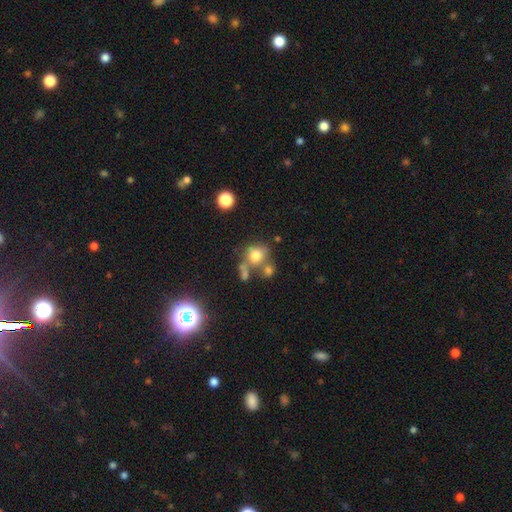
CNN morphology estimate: Q: Smooth or featured?
A: smooth (74%); runner-up: star or artifact (14%)
Q: How rounded?
A: round (78%); runner-up: in between (21%)
Q: Merging?
A: none (52%); runner-up: merger (27%)